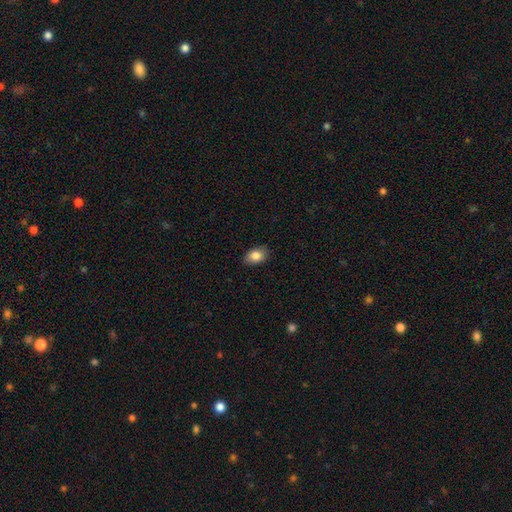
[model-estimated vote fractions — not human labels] Overall: smooth (85%). How rounded: in between (83%). Merging: none (86%).